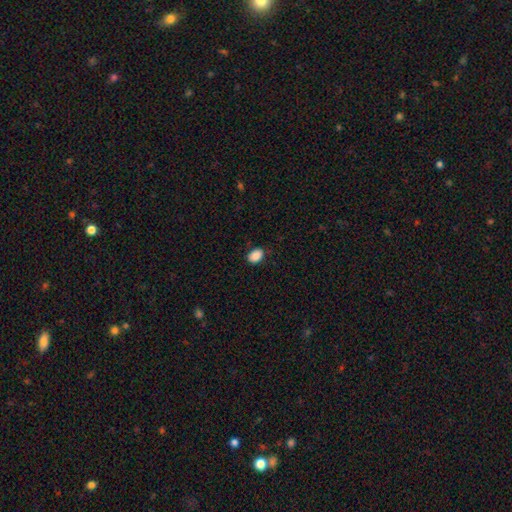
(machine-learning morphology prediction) The model was most divided on "how rounded": in between: 81%, round: 18%, cigar-shaped: 1%. More confident: smooth or featured — smooth (88%); merging — none (83%).